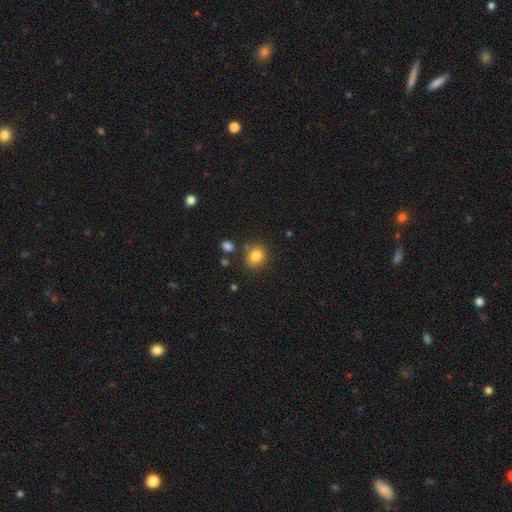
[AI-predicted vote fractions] Smooth or featured? smooth (83%)
How rounded? round (64%)
Merging? none (76%)